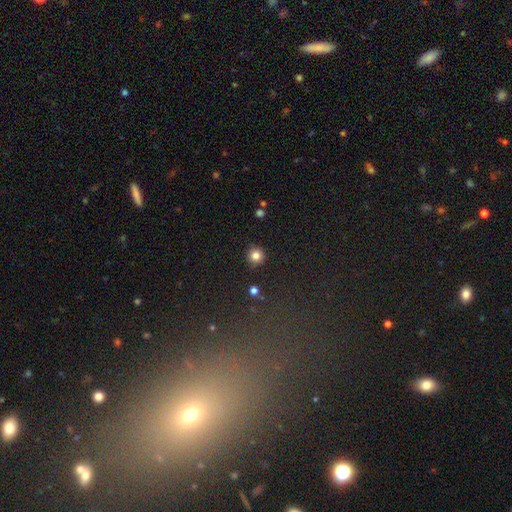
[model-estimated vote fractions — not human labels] The model was most divided on "smooth or featured": smooth: 83%, star or artifact: 12%, featured or disk: 5%. More confident: how rounded — round (94%); merging — none (89%).